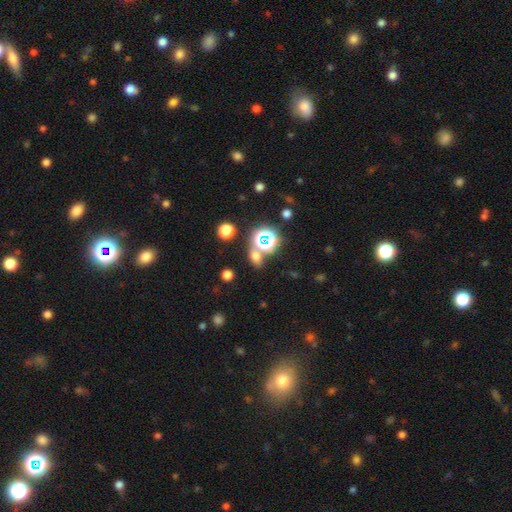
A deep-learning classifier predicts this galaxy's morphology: Q: Smooth or featured?
A: smooth (53%); runner-up: star or artifact (38%)
Q: How rounded?
A: in between (54%); runner-up: round (42%)
Q: Merging?
A: none (70%); runner-up: merger (16%)